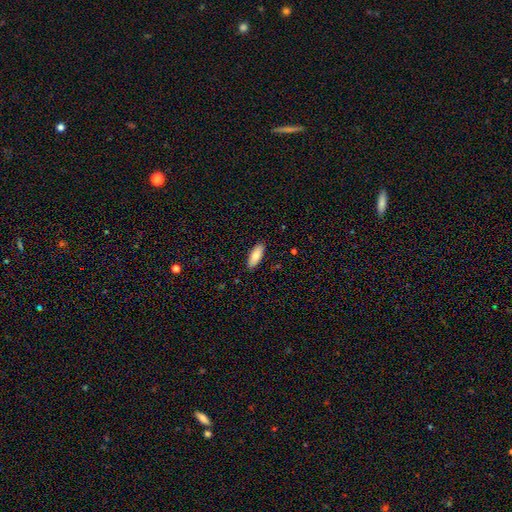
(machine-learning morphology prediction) Overall: smooth (82%). How rounded: in between (75%). Merging: none (89%).